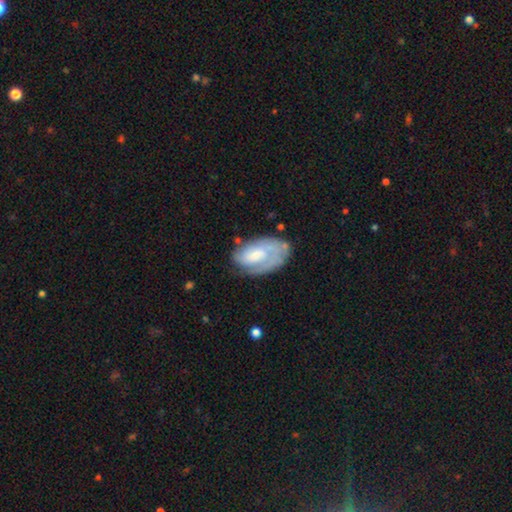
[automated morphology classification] Q: Smooth or featured?
A: featured or disk (61%); runner-up: smooth (32%)
Q: Edge-on disk?
A: no (95%); runner-up: yes (5%)
Q: Bar?
A: no (59%); runner-up: weak (34%)
Q: Spiral arms?
A: yes (77%); runner-up: no (23%)
Q: Bulge size?
A: moderate (41%); runner-up: small (40%)
Q: Merging?
A: none (58%); runner-up: minor disturbance (26%)